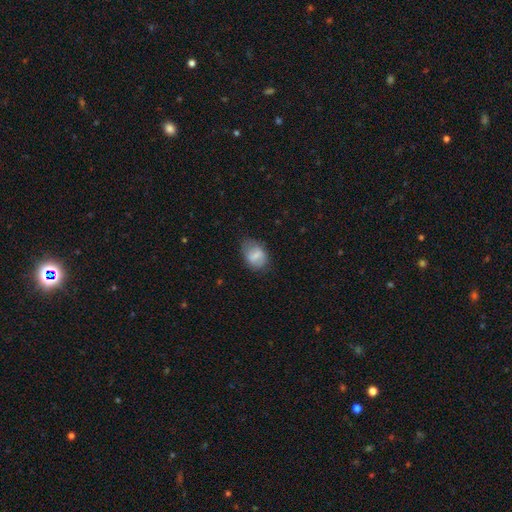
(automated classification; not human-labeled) smooth-or-featured: smooth: 66% | featured or disk: 26% | star or artifact: 8%
  how-rounded: in between: 74% | round: 24% | cigar-shaped: 2%
  merging: none: 64% | minor disturbance: 25% | major disturbance: 8% | merger: 2%